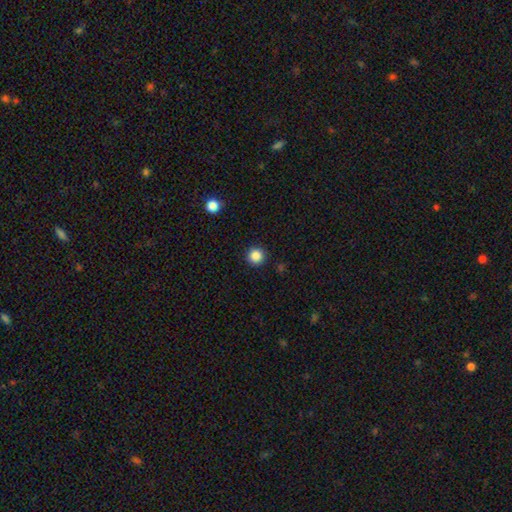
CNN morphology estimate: smooth-or-featured: smooth: 86% | star or artifact: 11% | featured or disk: 3%
  how-rounded: round: 96% | in between: 3% | cigar-shaped: 1%
  merging: none: 92% | minor disturbance: 5% | major disturbance: 2% | merger: 1%